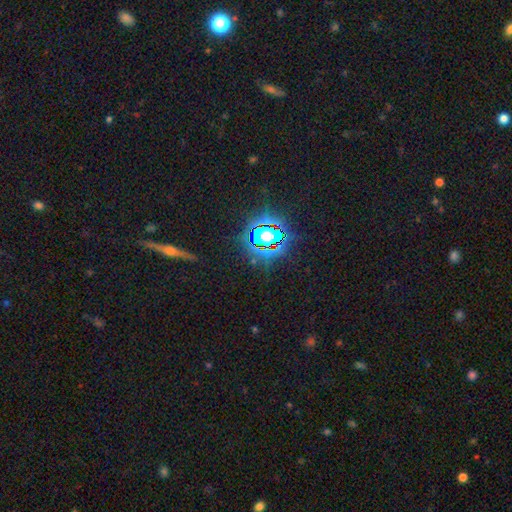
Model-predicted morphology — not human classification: Smooth or featured? star or artifact (75%)